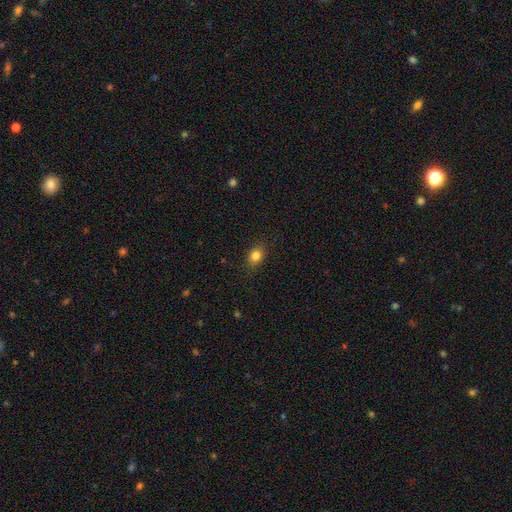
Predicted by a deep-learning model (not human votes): Smooth or featured: smooth — 83% (star or artifact — 11%)
How rounded: in between — 58% (round — 40%)
Merging: none — 86% (minor disturbance — 11%)